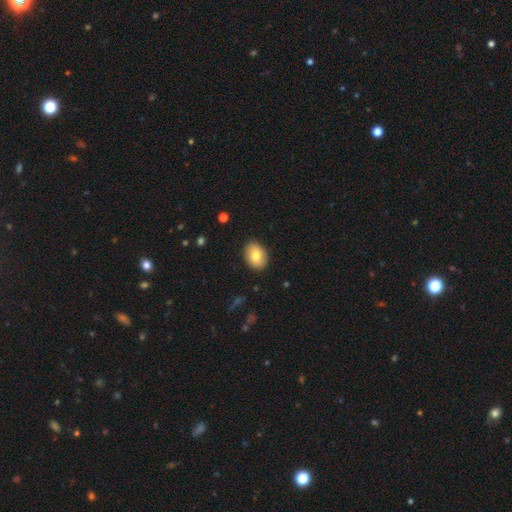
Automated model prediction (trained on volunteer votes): This appears to be a smooth galaxy with no disk features (78%) that is in between round and cigar-shaped (73%). Merging: none (89%).